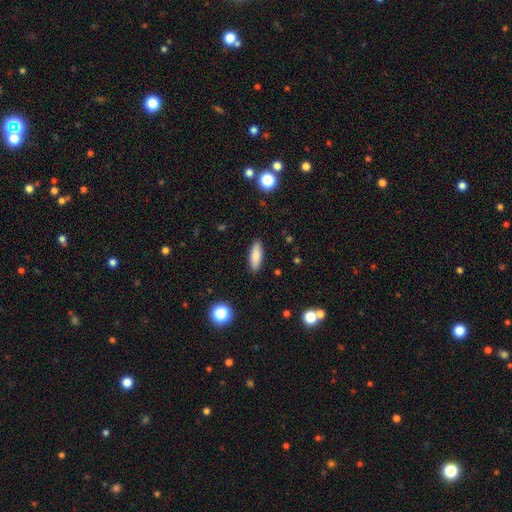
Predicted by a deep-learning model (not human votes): This is clearly a smooth galaxy (84%). How rounded: possibly in between (58%). Merging: clearly none (89%).